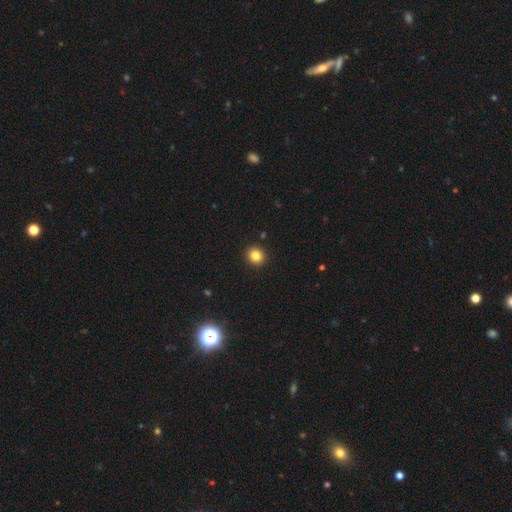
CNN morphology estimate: smooth_or_featured: smooth (p=0.83) [alt: star or artifact p=0.12]
how_rounded: round (p=0.89) [alt: in between p=0.10]
merging: none (p=0.92) [alt: minor disturbance p=0.05]